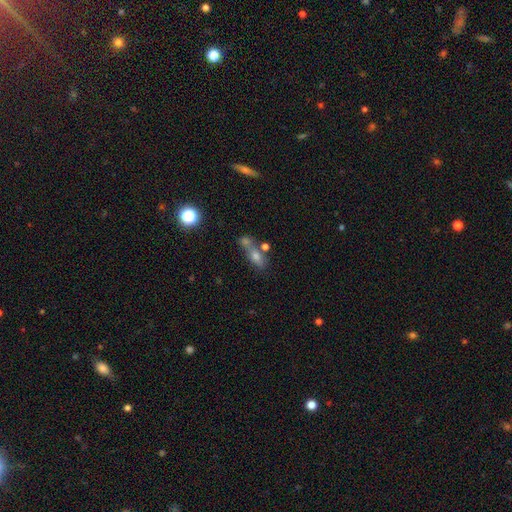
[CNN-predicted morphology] Smooth or featured? smooth (59%)
How rounded? in between (63%)
Merging? merger (43%)